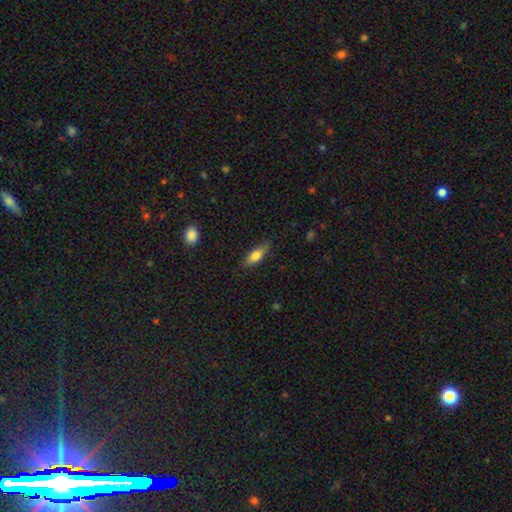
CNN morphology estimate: Q: Smooth or featured?
A: smooth (73%); runner-up: featured or disk (21%)
Q: How rounded?
A: in between (66%); runner-up: cigar-shaped (31%)
Q: Merging?
A: none (82%); runner-up: minor disturbance (14%)